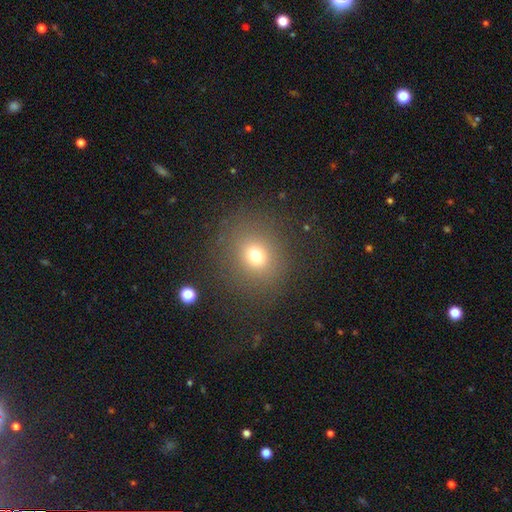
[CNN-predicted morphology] This is likely a smooth galaxy (71%). How rounded: likely round (80%). Merging: clearly none (85%).